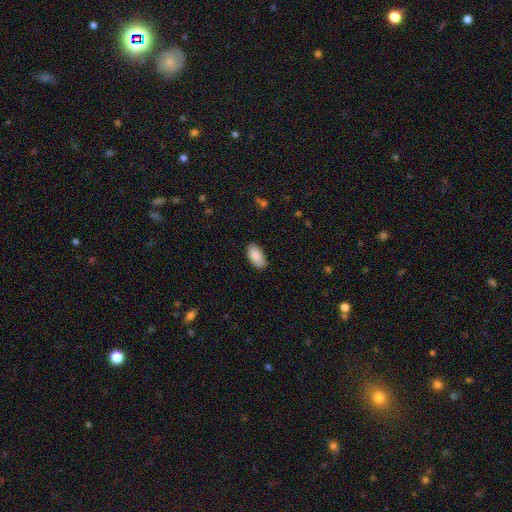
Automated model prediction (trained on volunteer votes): Smooth or featured?
  - smooth: 89% *
  - star or artifact: 6%
  - featured or disk: 5%
How rounded?
  - in between: 95% *
  - cigar-shaped: 3%
  - round: 2%
Merging?
  - none: 86% *
  - minor disturbance: 11%
  - major disturbance: 2%
  - merger: 1%